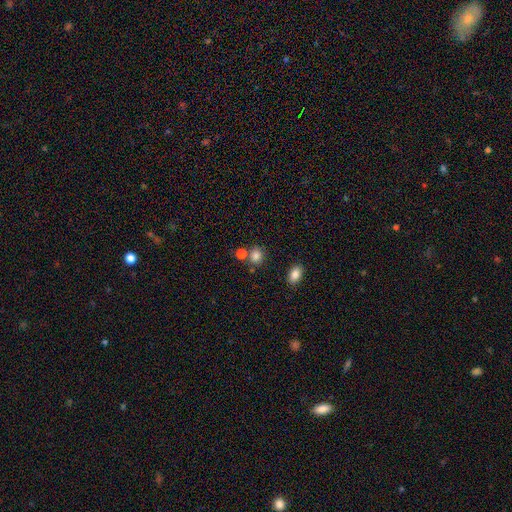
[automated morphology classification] Smooth or featured? smooth (83%)
How rounded? round (77%)
Merging? none (72%)